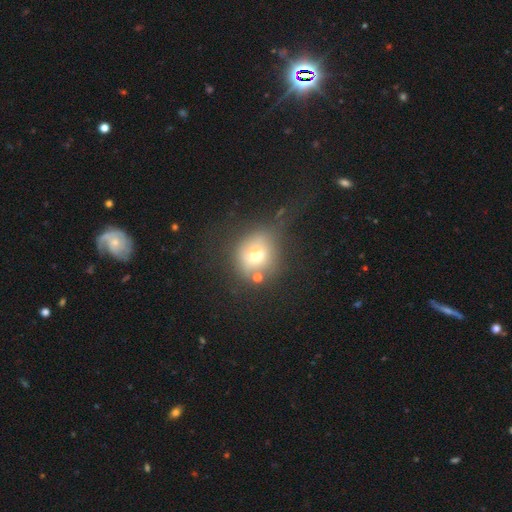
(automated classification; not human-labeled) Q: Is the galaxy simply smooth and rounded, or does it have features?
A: smooth — 62%.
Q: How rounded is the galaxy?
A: round — 73%.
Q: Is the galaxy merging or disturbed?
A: none — 49%.